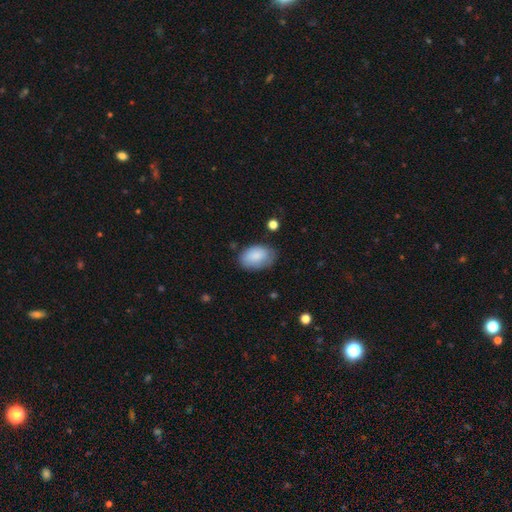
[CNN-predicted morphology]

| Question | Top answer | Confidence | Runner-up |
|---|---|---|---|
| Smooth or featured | smooth | 85% | featured or disk (9%) |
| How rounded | in between | 89% | round (9%) |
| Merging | none | 71% | minor disturbance (22%) |